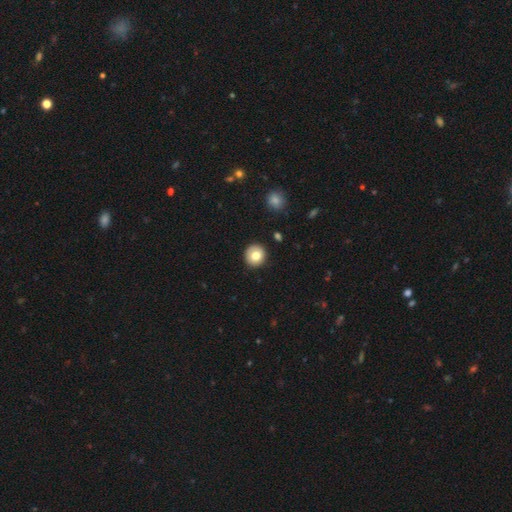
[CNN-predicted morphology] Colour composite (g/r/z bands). It shows a smooth galaxy with no disk features (79%) that is round (92%). Merging: none (91%).